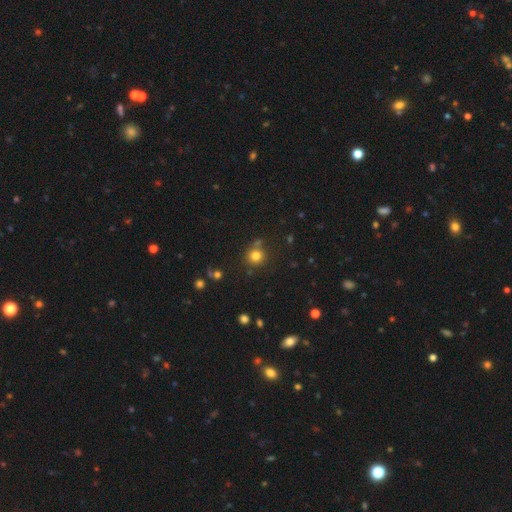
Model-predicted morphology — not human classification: Smooth or featured?
  - smooth: 79% *
  - star or artifact: 14%
  - featured or disk: 7%
How rounded?
  - round: 91% *
  - in between: 8%
  - cigar-shaped: 1%
Merging?
  - none: 74% *
  - merger: 11%
  - minor disturbance: 11%
  - major disturbance: 4%